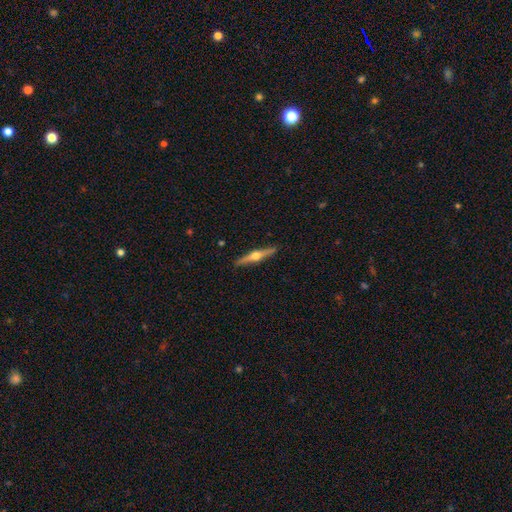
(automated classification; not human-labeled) The model was most divided on "smooth or featured": featured or disk: 76%, smooth: 19%, star or artifact: 5%. More confident: edge-on disk — yes (98%); edge-on bulge — rounded (96%); merging — none (91%).